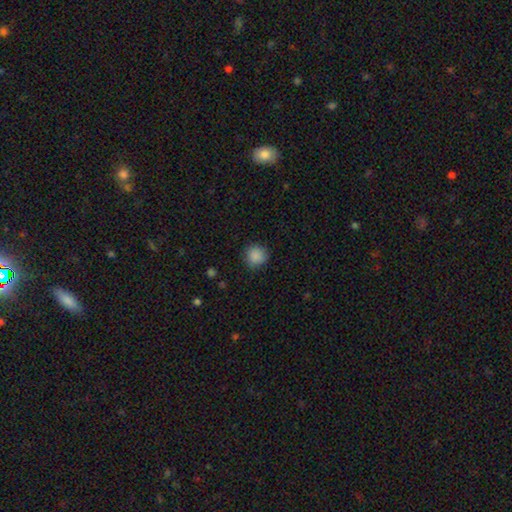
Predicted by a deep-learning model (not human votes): Morphology: type=smooth (87%); roundness=round (92%); merging=none (87%).